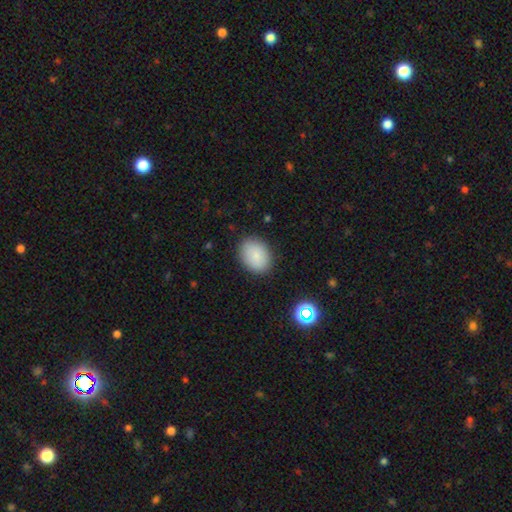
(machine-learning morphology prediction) A smooth galaxy with no disk features (85%) that is in between round and cigar-shaped (69%). Merging: none (86%).